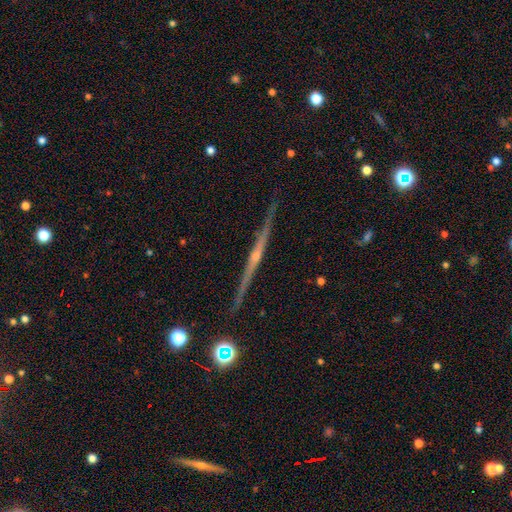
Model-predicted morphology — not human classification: A featured or disk galaxy (83%) viewed edge-on (98%) with a rounded central bulge (66%).

Vote fractions:
- Smooth or featured? featured or disk: 83% / smooth: 10% / star or artifact: 7%
- Edge-on disk? yes: 98% / no: 2%
- Edge-on bulge? rounded: 66% / none: 27% / boxy: 7%
- Merging? none: 88% / minor disturbance: 8% / major disturbance: 2% / merger: 1%